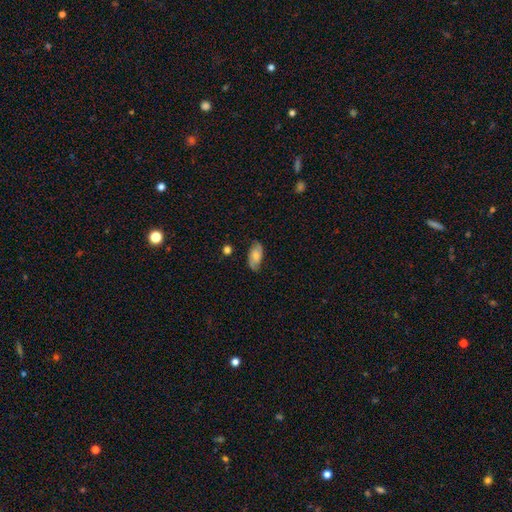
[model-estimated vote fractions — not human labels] A smooth galaxy with no disk features (48%).

Vote fractions:
- Smooth or featured? smooth: 48% / featured or disk: 44% / star or artifact: 7%
- Merging? none: 78% / minor disturbance: 17% / major disturbance: 4% / merger: 1%